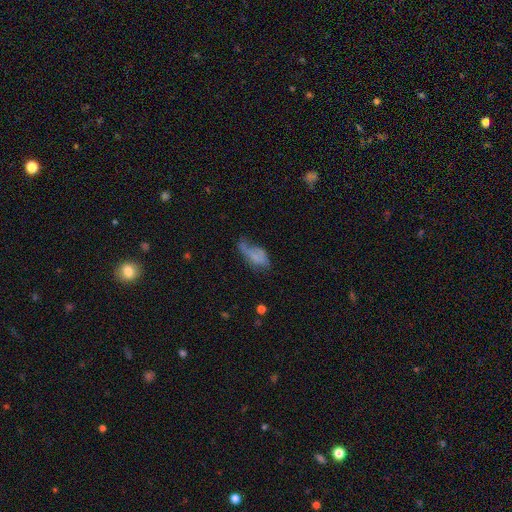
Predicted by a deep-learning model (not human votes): Q: Smooth or featured?
A: smooth (55%); runner-up: featured or disk (32%)
Q: How rounded?
A: in between (85%); runner-up: cigar-shaped (11%)
Q: Merging?
A: major disturbance (39%); runner-up: minor disturbance (29%)